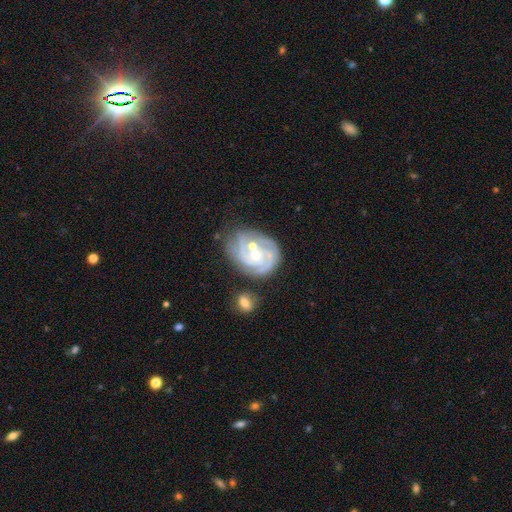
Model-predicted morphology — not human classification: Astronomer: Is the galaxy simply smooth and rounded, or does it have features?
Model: featured or disk — 84%.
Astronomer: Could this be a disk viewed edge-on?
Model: no — 98%.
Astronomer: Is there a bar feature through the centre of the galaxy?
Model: no — 70%.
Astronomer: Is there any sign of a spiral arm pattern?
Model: yes — 95%.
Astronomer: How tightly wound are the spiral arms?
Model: tight — 66%.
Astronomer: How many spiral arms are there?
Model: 3 — 37% (runner-up: 2, 23%).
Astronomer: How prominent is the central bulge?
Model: small — 49% (runner-up: moderate, 45%).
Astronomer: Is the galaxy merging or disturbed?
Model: none — 54%.